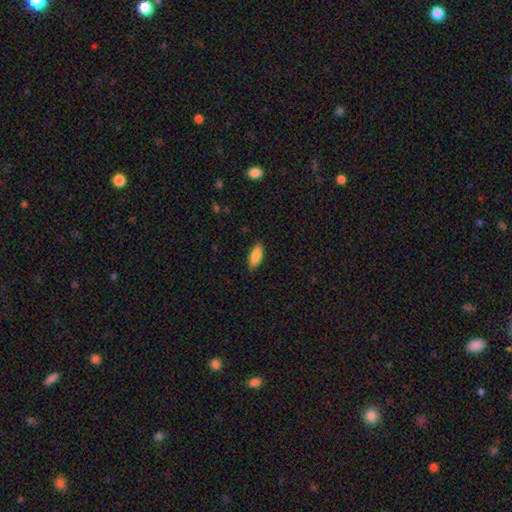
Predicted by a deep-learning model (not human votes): Q: Smooth or featured?
A: smooth (86%); runner-up: featured or disk (8%)
Q: How rounded?
A: in between (82%); runner-up: cigar-shaped (16%)
Q: Merging?
A: none (88%); runner-up: minor disturbance (10%)